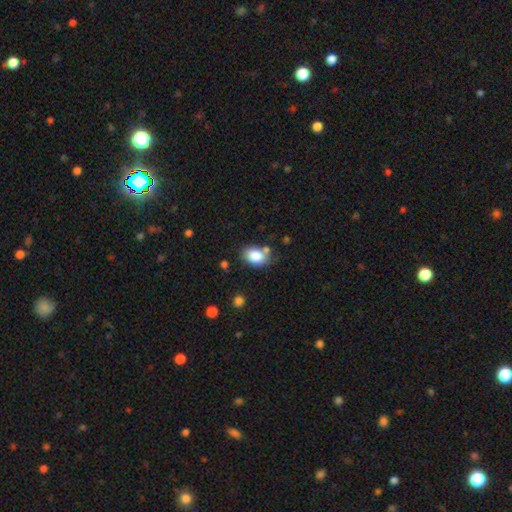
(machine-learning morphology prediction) Smooth or featured: smooth — 85% (star or artifact — 8%)
How rounded: in between — 80% (round — 19%)
Merging: none — 68% (minor disturbance — 17%)